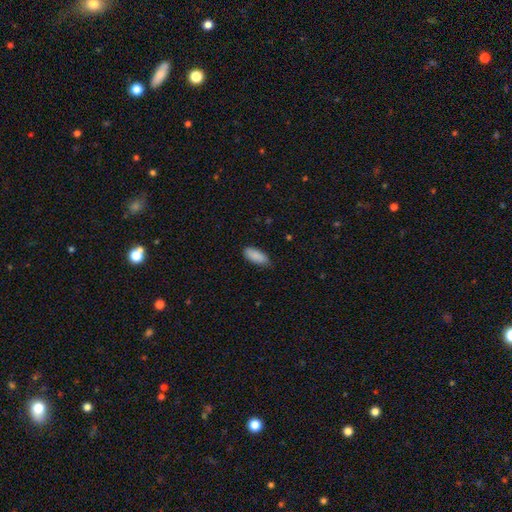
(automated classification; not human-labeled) Smooth or featured? smooth (89%)
How rounded? in between (83%)
Merging? none (75%)